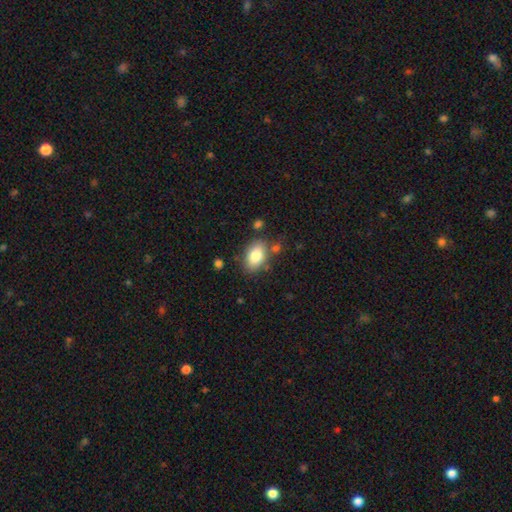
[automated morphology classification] Smooth or featured? Predicted: smooth (p=0.83). How rounded? Predicted: in between (p=0.87). Merging? Predicted: none (p=0.76).